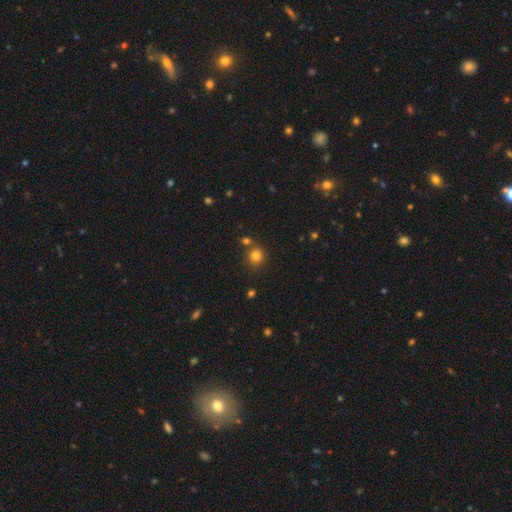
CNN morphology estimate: Smooth or featured? smooth (80%)
How rounded? round (86%)
Merging? none (77%)